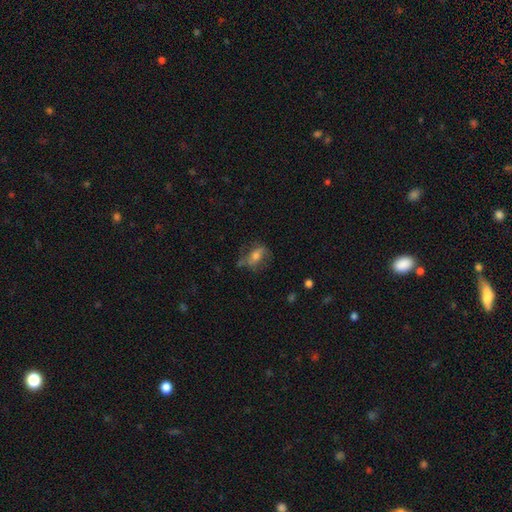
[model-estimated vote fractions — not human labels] Q: Smooth or featured?
A: featured or disk (47%); runner-up: smooth (41%)
Q: Merging?
A: none (56%); runner-up: minor disturbance (24%)